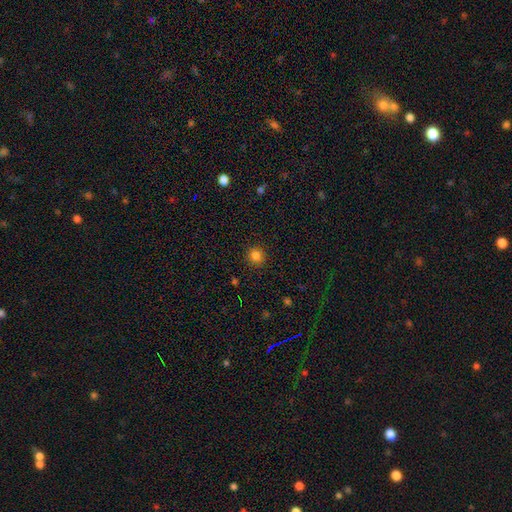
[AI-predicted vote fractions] smooth 83%, star or artifact 13%, featured or disk 4%. Down the decision tree: how rounded — round (92%); merging — none (91%).